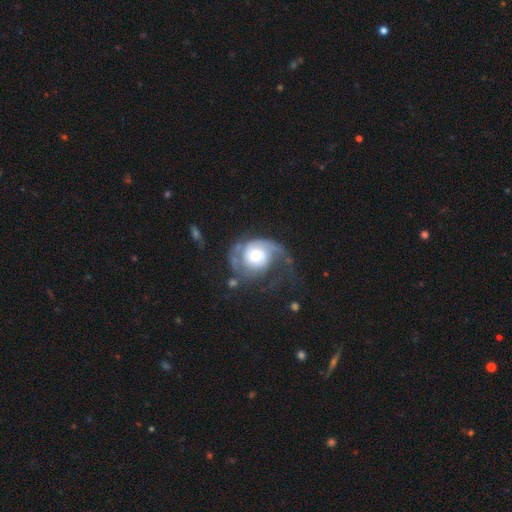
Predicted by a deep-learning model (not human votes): A featured or disk galaxy (80%) with no bar (73%), 2 (49%) medium (38%) spiral arms (93%) and a moderate central bulge (43%). Merging: none (42%).